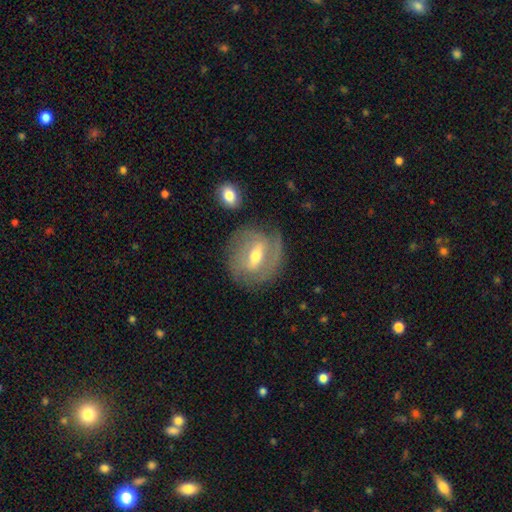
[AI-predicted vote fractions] Smooth or featured? featured or disk (76%)
Edge-on disk? no (93%)
Bar? strong (44%, tied with weak)
Spiral arms? yes (79%)
Spiral winding? tight (52%)
Spiral arm count? 2 (56%)
Bulge size? moderate (68%)
Merging? none (71%)